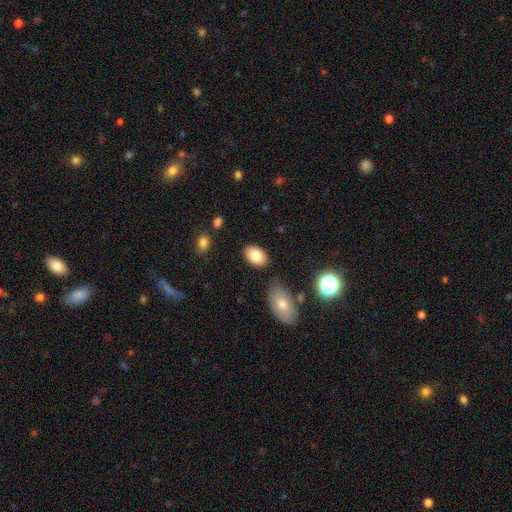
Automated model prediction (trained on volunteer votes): smooth_or_featured: smooth (p=0.81) [alt: featured or disk p=0.11]
how_rounded: in between (p=0.90) [alt: round p=0.09]
merging: none (p=0.83) [alt: minor disturbance p=0.11]